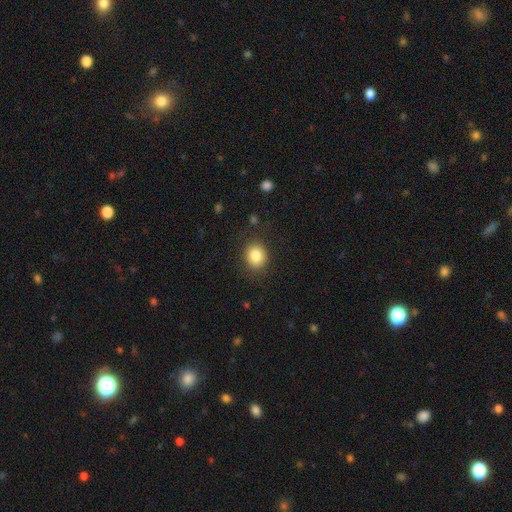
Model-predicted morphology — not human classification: This is clearly a smooth galaxy (84%). How rounded: likely round (69%). Merging: clearly none (86%).